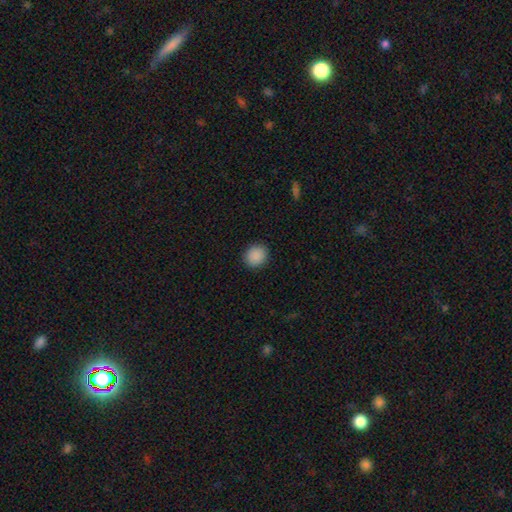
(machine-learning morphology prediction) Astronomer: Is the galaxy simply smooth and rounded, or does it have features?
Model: smooth — 89%.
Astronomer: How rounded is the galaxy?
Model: round — 77%.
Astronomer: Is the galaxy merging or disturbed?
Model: none — 91%.